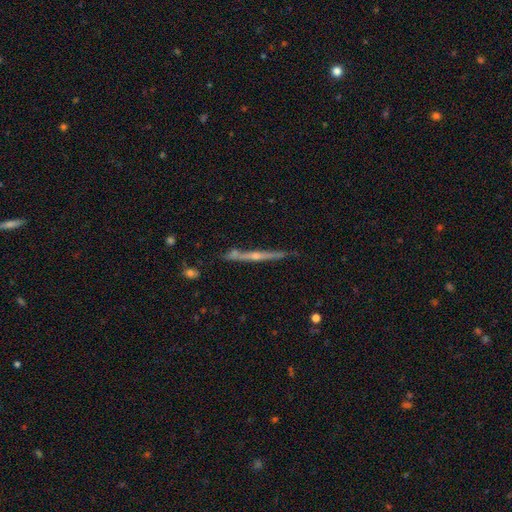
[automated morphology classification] featured or disk 78%, smooth 15%, star or artifact 7%. Down the decision tree: edge-on disk — yes (97%); edge-on bulge — rounded (72%); merging — none (80%).